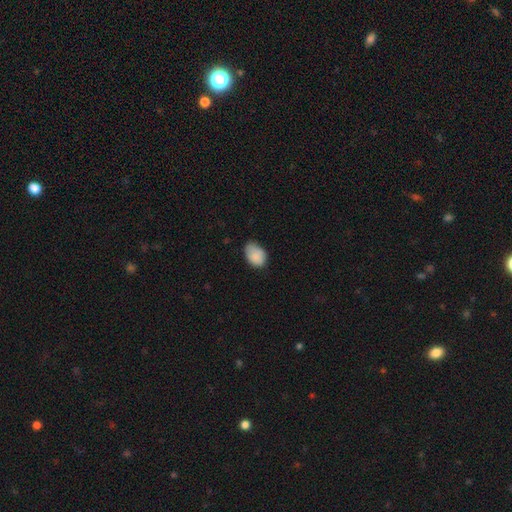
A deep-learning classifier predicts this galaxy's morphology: smooth_or_featured: smooth (p=0.87) [alt: star or artifact p=0.08]
how_rounded: in between (p=0.82) [alt: round p=0.16]
merging: none (p=0.58) [alt: minor disturbance p=0.35]